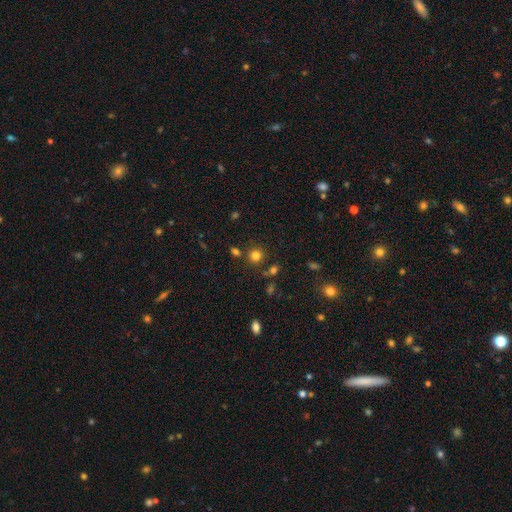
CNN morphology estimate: smooth_or_featured: smooth (p=0.78) [alt: star or artifact p=0.16]
how_rounded: round (p=0.91) [alt: in between p=0.08]
merging: none (p=0.81) [alt: merger p=0.08]